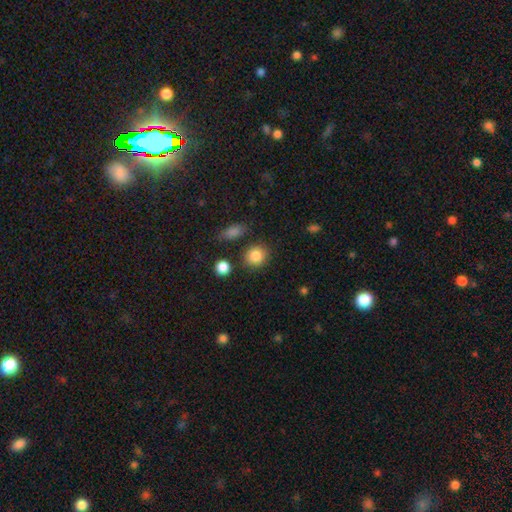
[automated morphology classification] Smooth or featured? smooth (86%)
How rounded? round (80%)
Merging? none (82%)